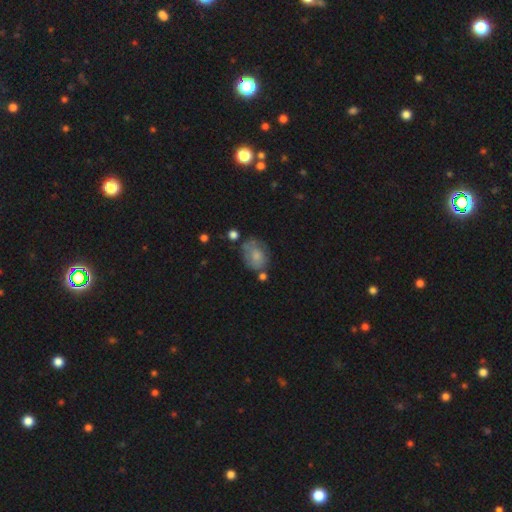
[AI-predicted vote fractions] Q: Smooth or featured?
A: smooth (67%); runner-up: featured or disk (24%)
Q: How rounded?
A: in between (62%); runner-up: round (37%)
Q: Merging?
A: none (47%); runner-up: minor disturbance (29%)